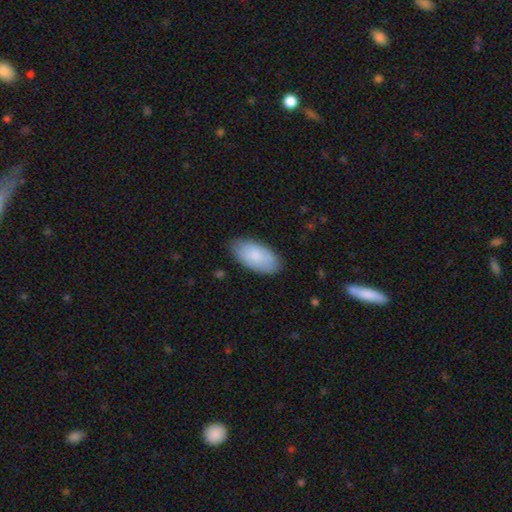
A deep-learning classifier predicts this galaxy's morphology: smooth_or_featured: smooth (p=0.84) [alt: featured or disk p=0.10]
how_rounded: in between (p=0.95) [alt: cigar-shaped p=0.03]
merging: none (p=0.84) [alt: minor disturbance p=0.13]